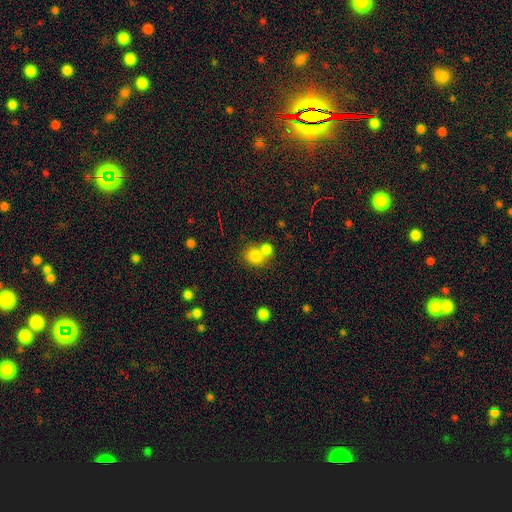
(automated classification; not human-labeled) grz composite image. It shows a smooth galaxy with no disk features (80%) that is round (73%). Merging: none (47%).